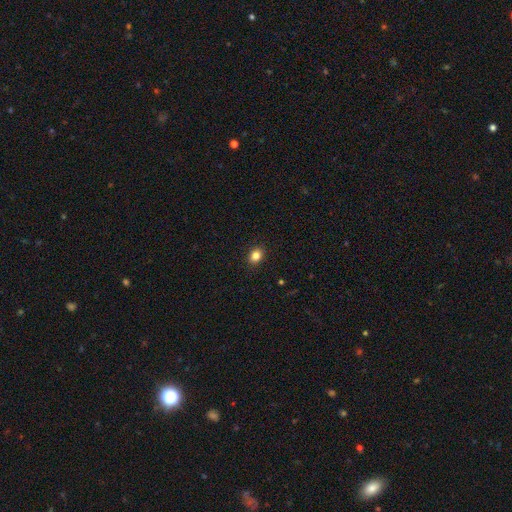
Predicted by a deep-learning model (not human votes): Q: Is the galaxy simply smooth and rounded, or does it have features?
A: smooth — 84%.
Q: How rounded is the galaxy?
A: round — 51%.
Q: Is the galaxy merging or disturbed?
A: none — 90%.